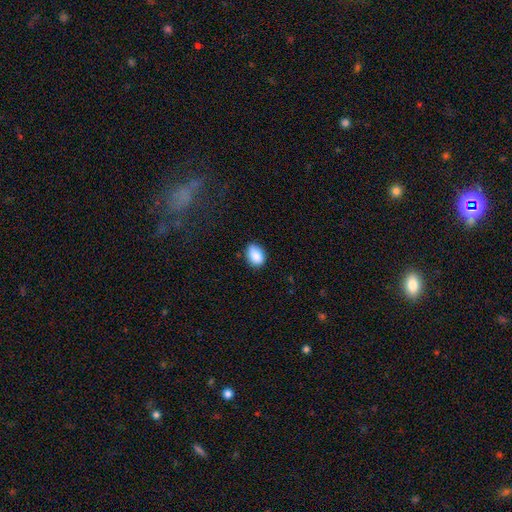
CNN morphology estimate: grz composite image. It shows a smooth galaxy with no disk features (89%) that is in between round and cigar-shaped (85%). Merging: none (81%).